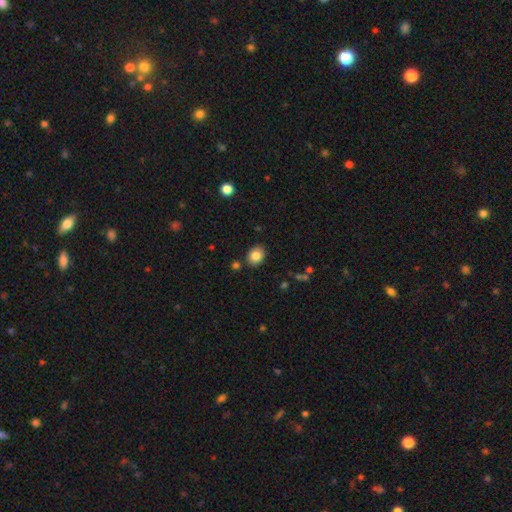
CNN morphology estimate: type=smooth (83%); roundness=round (55%); merging=none (86%).